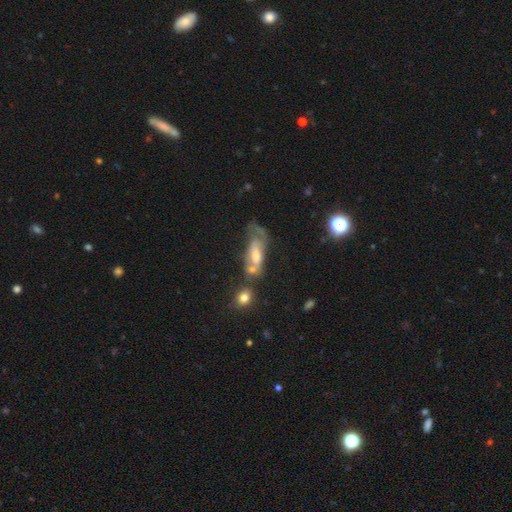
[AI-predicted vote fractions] Smooth or featured? featured or disk (51%)
Edge-on disk? no (80%)
Merging? merger (31%)